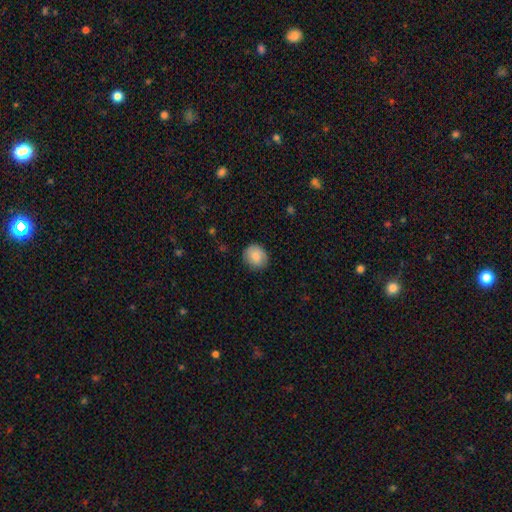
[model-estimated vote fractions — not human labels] smooth 83%, featured or disk 10%, star or artifact 7%. Down the decision tree: how rounded — round (78%); merging — none (83%).